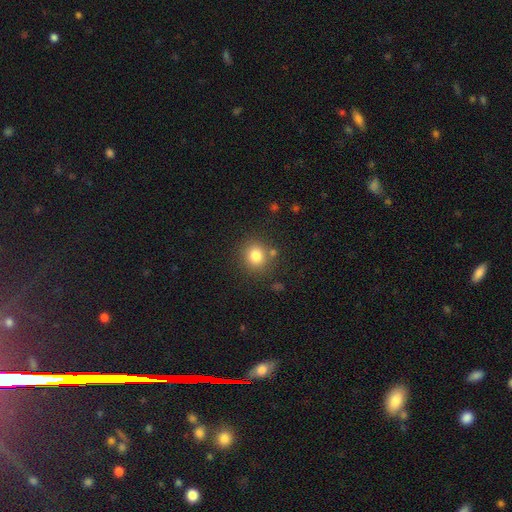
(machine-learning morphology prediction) Overall: smooth (81%). How rounded: round (82%). Merging: none (80%).